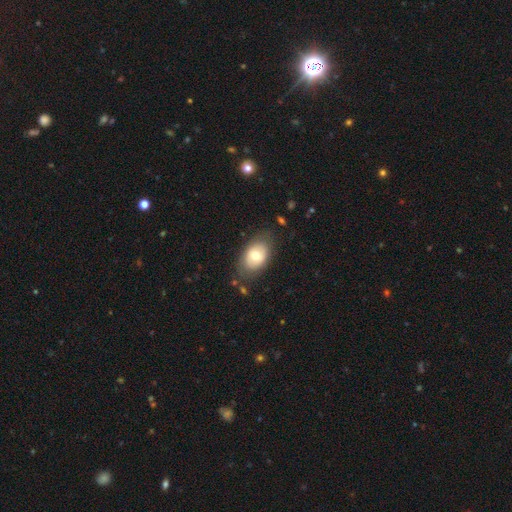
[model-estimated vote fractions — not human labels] A smooth galaxy with no disk features (70%) that is in between round and cigar-shaped (86%).

Vote fractions:
- Smooth or featured? smooth: 70% / featured or disk: 23% / star or artifact: 7%
- How rounded? in between: 86% / round: 13% / cigar-shaped: 1%
- Merging? none: 77% / minor disturbance: 16% / major disturbance: 5% / merger: 2%